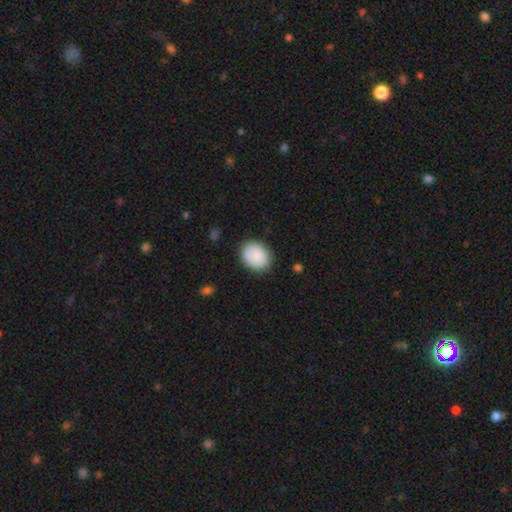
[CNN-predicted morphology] Smooth or featured: smooth — 85% (featured or disk — 8%)
How rounded: in between — 51% (round — 48%)
Merging: none — 83% (minor disturbance — 13%)